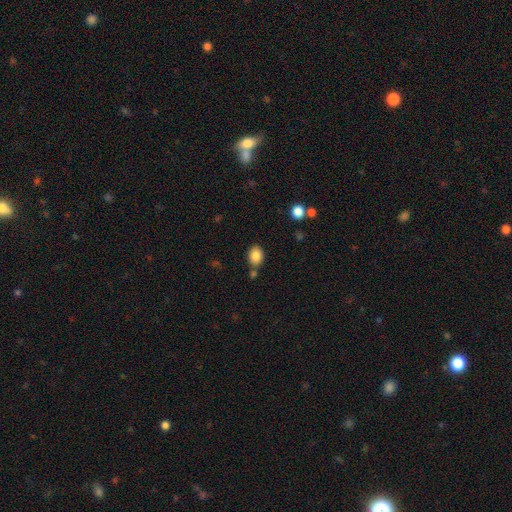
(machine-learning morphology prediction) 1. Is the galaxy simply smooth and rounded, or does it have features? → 86% smooth, 9% star or artifact, 5% featured or disk.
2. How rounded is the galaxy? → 66% in between, 33% round, 1% cigar-shaped.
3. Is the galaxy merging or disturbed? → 74% none, 12% minor disturbance, 10% merger, 3% major disturbance.